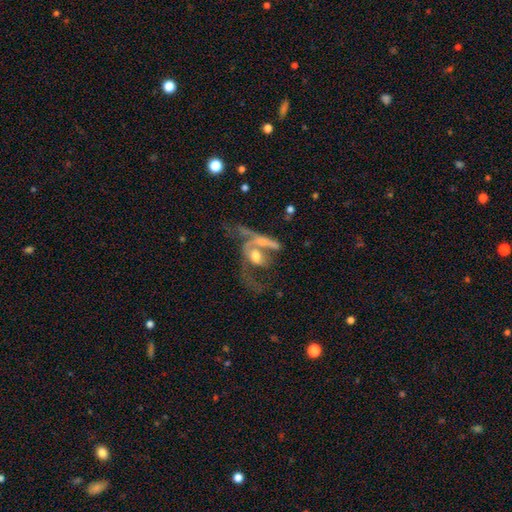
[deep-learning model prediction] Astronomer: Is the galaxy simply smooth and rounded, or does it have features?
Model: featured or disk — 65%.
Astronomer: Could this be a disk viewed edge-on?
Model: no — 85%.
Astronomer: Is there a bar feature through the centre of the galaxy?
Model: no — 65%.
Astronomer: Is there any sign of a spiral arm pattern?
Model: yes — 64%.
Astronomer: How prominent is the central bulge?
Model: moderate — 57%.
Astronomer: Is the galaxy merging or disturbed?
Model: merger — 52%.